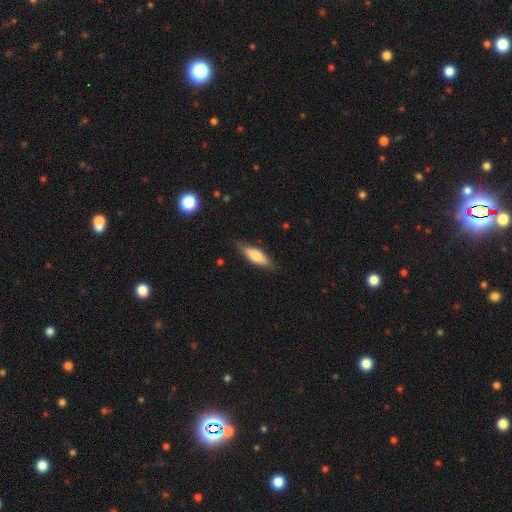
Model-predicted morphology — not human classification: This appears to be a smooth galaxy with no disk features (70%) that is in between round and cigar-shaped (62%). Merging: none (78%).